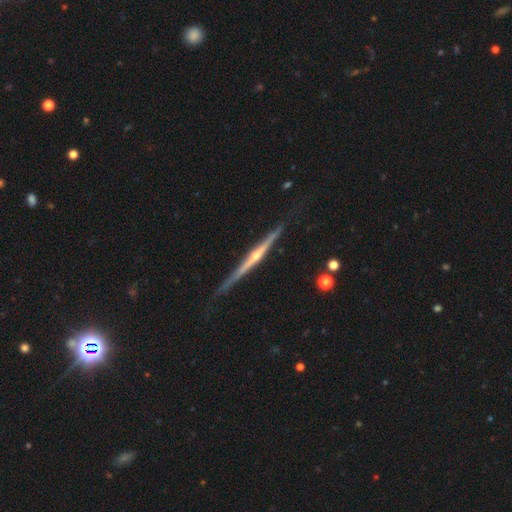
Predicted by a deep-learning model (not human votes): featured or disk 86%, smooth 9%, star or artifact 5%. Down the decision tree: edge-on disk — yes (98%); edge-on bulge — rounded (82%); merging — none (83%).